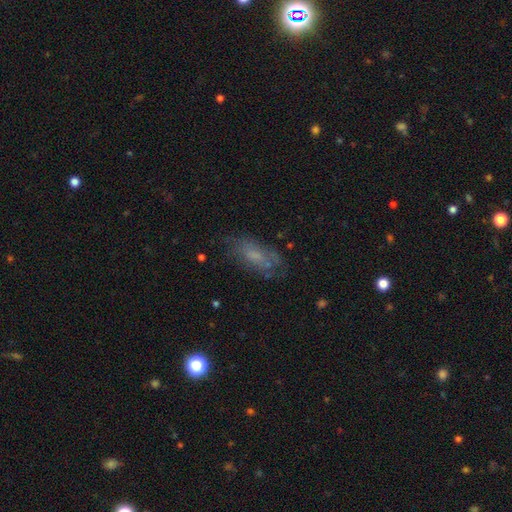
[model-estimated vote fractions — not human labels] smooth 51%, featured or disk 36%, star or artifact 13%. Down the decision tree: how rounded — in between (79%); merging — none (64%).